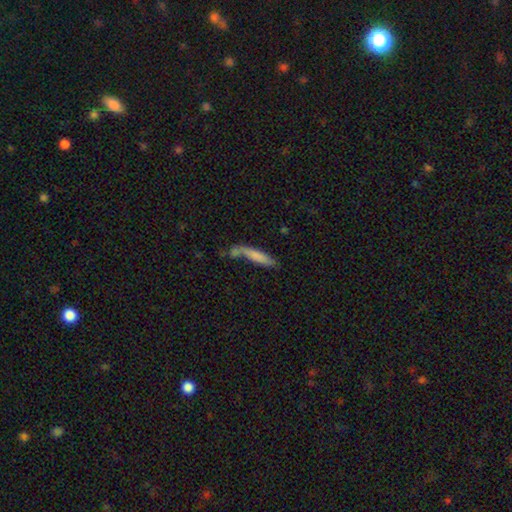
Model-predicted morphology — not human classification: smooth-or-featured: smooth: 73% | featured or disk: 19% | star or artifact: 7%
  how-rounded: cigar-shaped: 84% | in between: 14% | round: 2%
  merging: none: 49% | merger: 24% | minor disturbance: 18% | major disturbance: 9%